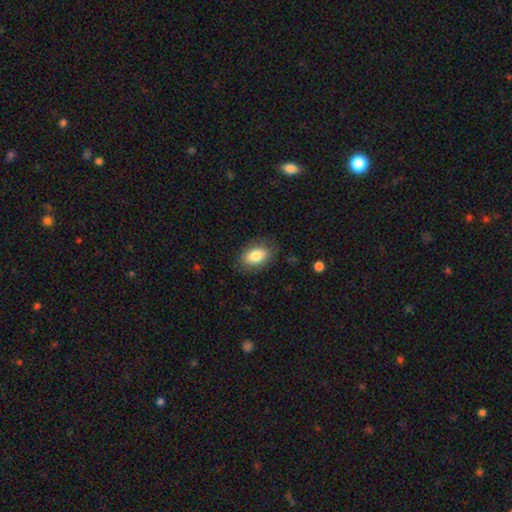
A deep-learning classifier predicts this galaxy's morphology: A smooth galaxy with no disk features (82%) that is in between round and cigar-shaped (87%). Merging: none (82%).